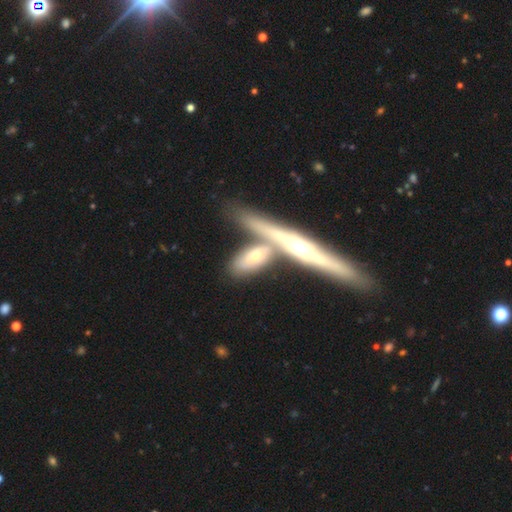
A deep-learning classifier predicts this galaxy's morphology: Q: Smooth or featured?
A: smooth (54%); runner-up: featured or disk (40%)
Q: How rounded?
A: in between (49%); runner-up: cigar-shaped (47%)
Q: Merging?
A: merger (48%); runner-up: none (37%)